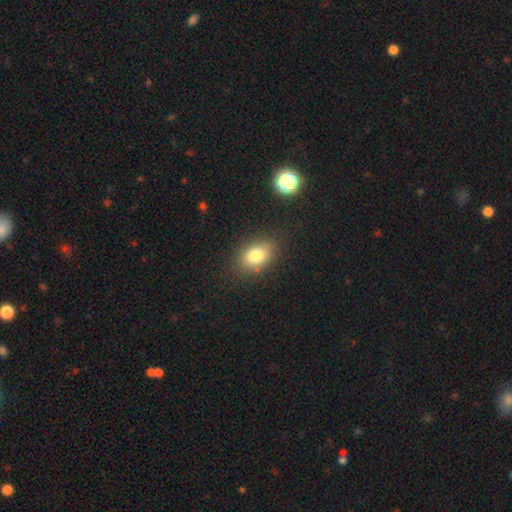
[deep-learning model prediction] Morphology: type=smooth (79%); roundness=in between (77%); merging=none (81%).